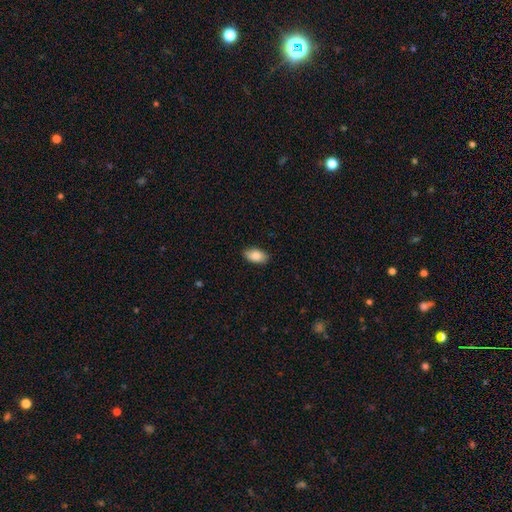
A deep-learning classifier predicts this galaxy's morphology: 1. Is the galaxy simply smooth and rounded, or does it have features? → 88% smooth, 7% star or artifact, 6% featured or disk.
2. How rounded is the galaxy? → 94% in between, 4% round, 3% cigar-shaped.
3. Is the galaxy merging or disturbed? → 87% none, 10% minor disturbance, 2% major disturbance, 1% merger.